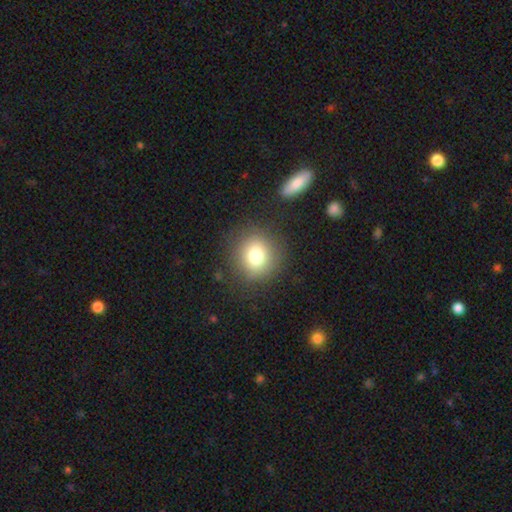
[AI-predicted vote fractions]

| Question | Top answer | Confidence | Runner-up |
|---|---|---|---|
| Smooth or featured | smooth | 77% | star or artifact (12%) |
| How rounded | round | 87% | in between (12%) |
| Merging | none | 85% | minor disturbance (9%) |